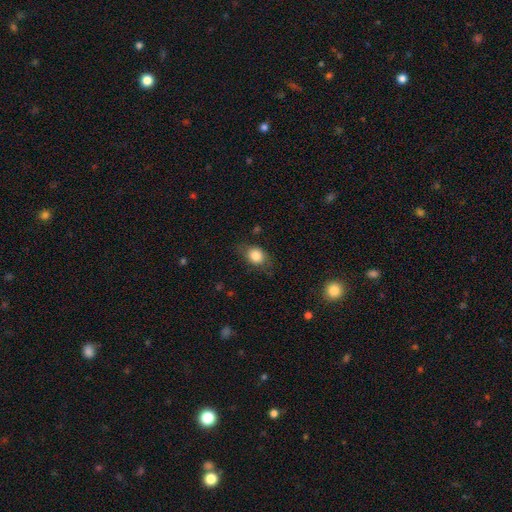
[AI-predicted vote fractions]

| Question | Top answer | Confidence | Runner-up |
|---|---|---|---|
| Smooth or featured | smooth | 81% | featured or disk (10%) |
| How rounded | in between | 57% | round (41%) |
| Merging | none | 69% | minor disturbance (22%) |